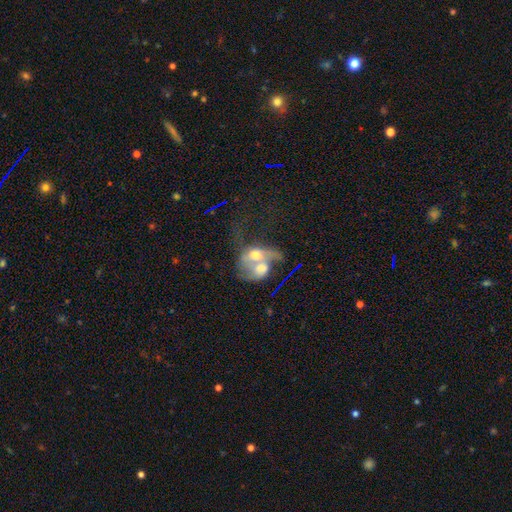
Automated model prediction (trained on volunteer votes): This appears to be a featured or disk galaxy (54%) with no bar (78%), no spiral arms (54%) and a moderate central bulge (56%). Merging: merger (78%).